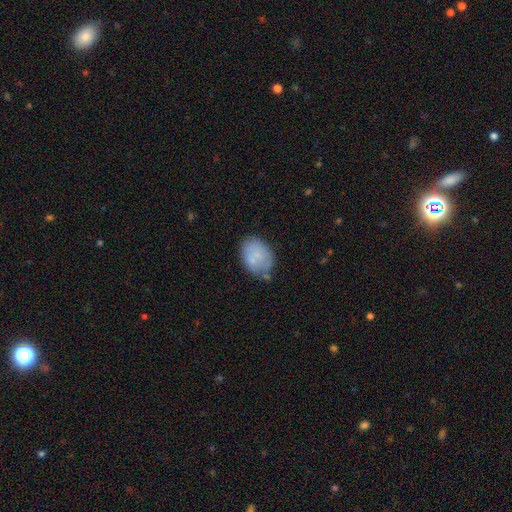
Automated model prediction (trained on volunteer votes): smooth_or_featured: smooth (p=0.72) [alt: featured or disk p=0.20]
how_rounded: in between (p=0.79) [alt: round p=0.19]
merging: none (p=0.53) [alt: minor disturbance p=0.30]